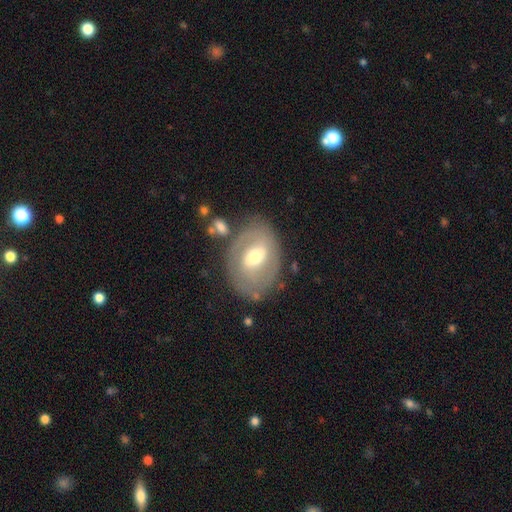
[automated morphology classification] Q: Smooth or featured?
A: featured or disk (62%); runner-up: smooth (32%)
Q: Edge-on disk?
A: no (94%); runner-up: yes (6%)
Q: Bar?
A: weak (49%); runner-up: strong (26%)
Q: Spiral arms?
A: yes (54%); runner-up: no (46%)
Q: Bulge size?
A: moderate (67%); runner-up: small (22%)
Q: Merging?
A: none (70%); runner-up: minor disturbance (17%)